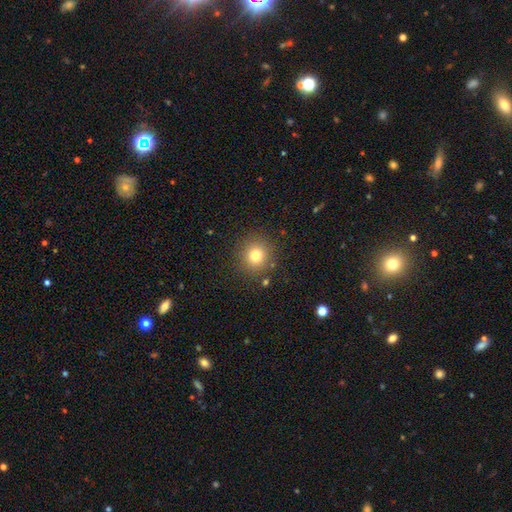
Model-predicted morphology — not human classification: Smooth or featured?
  - smooth: 77% *
  - star or artifact: 14%
  - featured or disk: 9%
How rounded?
  - round: 92% *
  - in between: 7%
  - cigar-shaped: 1%
Merging?
  - none: 87% *
  - minor disturbance: 7%
  - major disturbance: 3%
  - merger: 2%